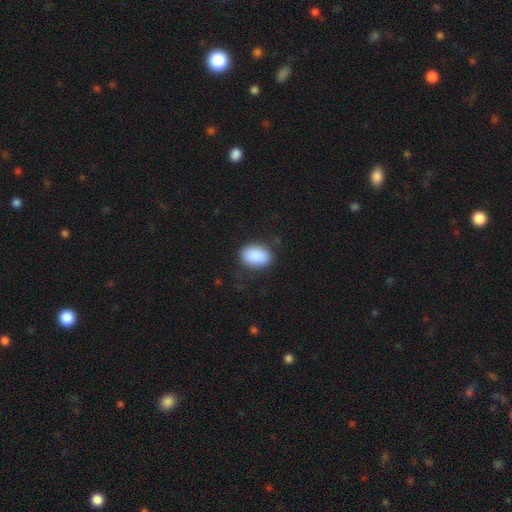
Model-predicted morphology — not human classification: This is clearly a smooth galaxy (90%). How rounded: clearly in between (87%). Merging: clearly none (81%).